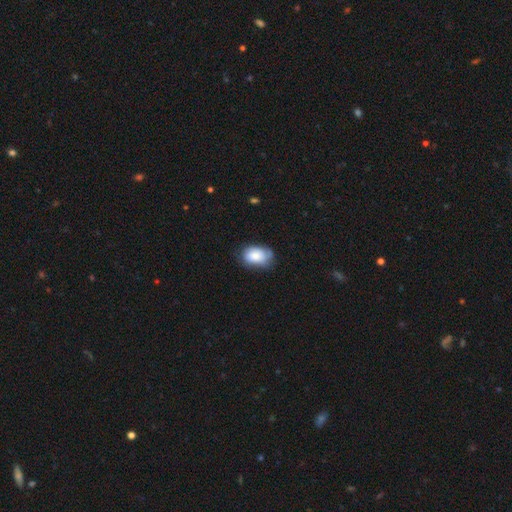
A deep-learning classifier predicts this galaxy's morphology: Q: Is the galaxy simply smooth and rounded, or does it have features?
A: smooth — 75%.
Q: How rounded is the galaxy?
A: in between — 84%.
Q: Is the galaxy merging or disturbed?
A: none — 57%.